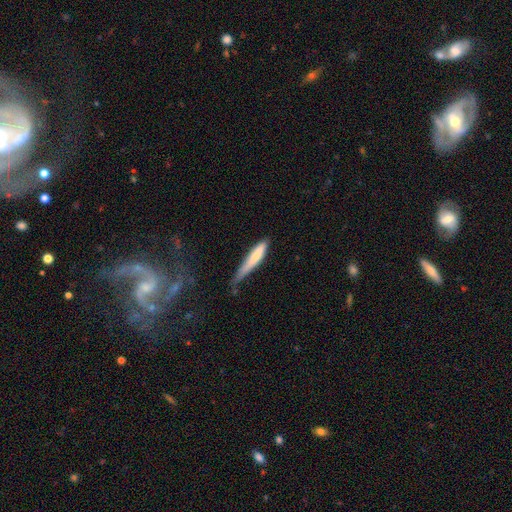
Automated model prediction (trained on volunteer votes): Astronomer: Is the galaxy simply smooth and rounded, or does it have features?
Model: smooth — 73%.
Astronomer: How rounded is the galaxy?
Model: cigar-shaped — 88%.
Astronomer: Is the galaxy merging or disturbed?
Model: minor disturbance — 42% (runner-up: none, 40%).